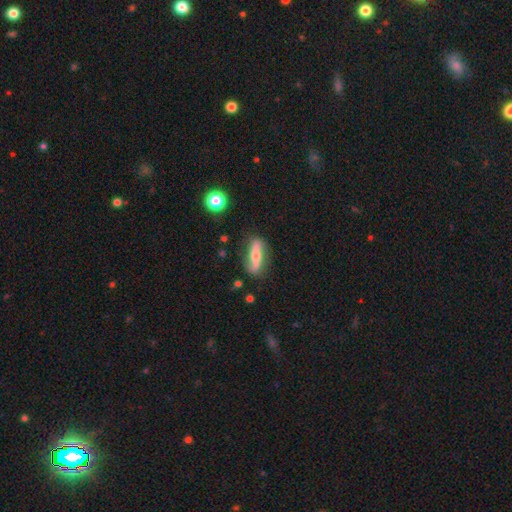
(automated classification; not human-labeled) Smooth or featured? featured or disk (54%)
Edge-on disk? no (57%)
Merging? none (76%)